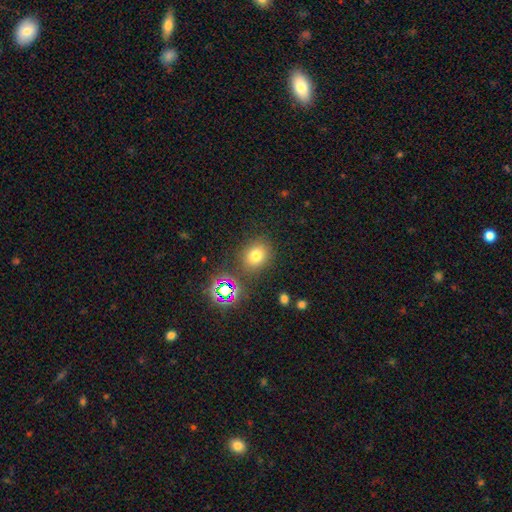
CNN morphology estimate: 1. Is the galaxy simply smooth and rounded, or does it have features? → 70% smooth, 21% star or artifact, 9% featured or disk.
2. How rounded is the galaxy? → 63% round, 36% in between, 1% cigar-shaped.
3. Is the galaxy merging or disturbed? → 80% none, 11% minor disturbance, 5% merger, 4% major disturbance.